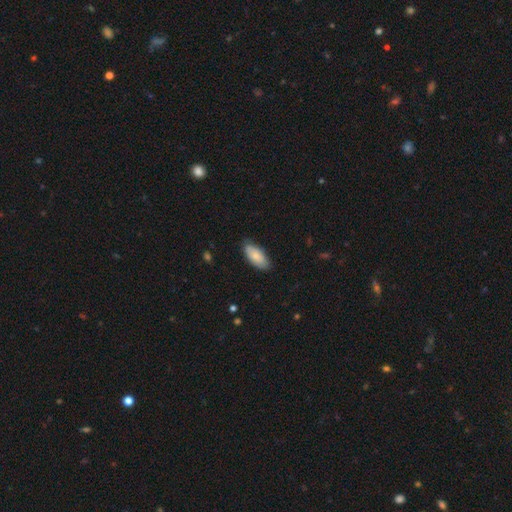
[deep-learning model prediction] Smooth or featured? smooth (76%)
How rounded? in between (89%)
Merging? none (75%)